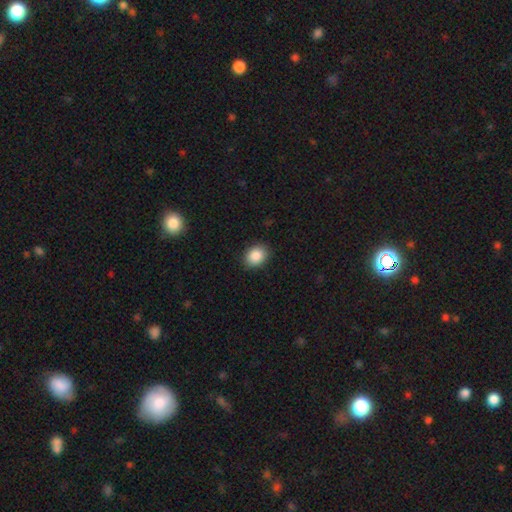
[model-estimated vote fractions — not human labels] Smooth or featured?
  - smooth: 88% *
  - star or artifact: 8%
  - featured or disk: 4%
How rounded?
  - in between: 53% *
  - round: 46%
  - cigar-shaped: 1%
Merging?
  - none: 88% *
  - minor disturbance: 8%
  - major disturbance: 2%
  - merger: 1%